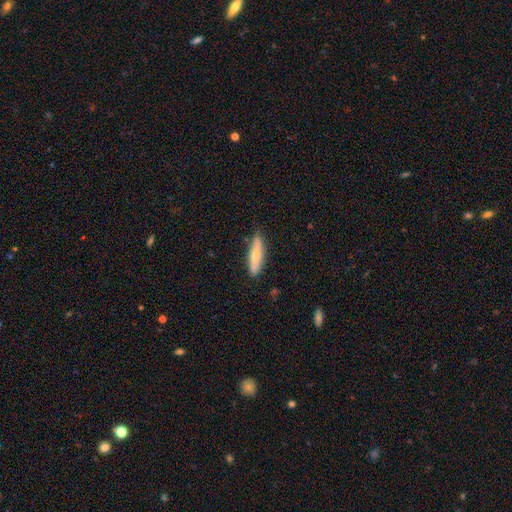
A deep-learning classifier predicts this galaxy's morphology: The model was most divided on "smooth or featured": smooth: 65%, featured or disk: 29%, star or artifact: 6%. More confident: merging — none (81%); how rounded — cigar-shaped (67%).